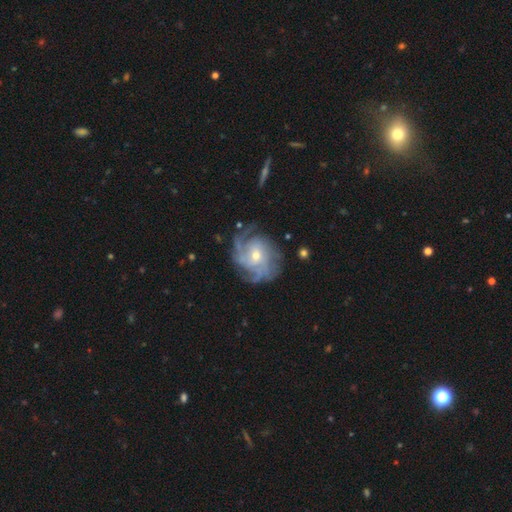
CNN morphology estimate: Smooth or featured? Predicted: featured or disk (p=0.86). Edge-on disk? Predicted: no (p=0.97). Bar? Predicted: no (p=0.67). Spiral arms? Predicted: yes (p=0.95). Spiral winding? Predicted: tight (p=0.50). Spiral arm count? Predicted: can't tell (p=0.28). Bulge size? Predicted: small (p=0.58). Merging? Predicted: none (p=0.70).